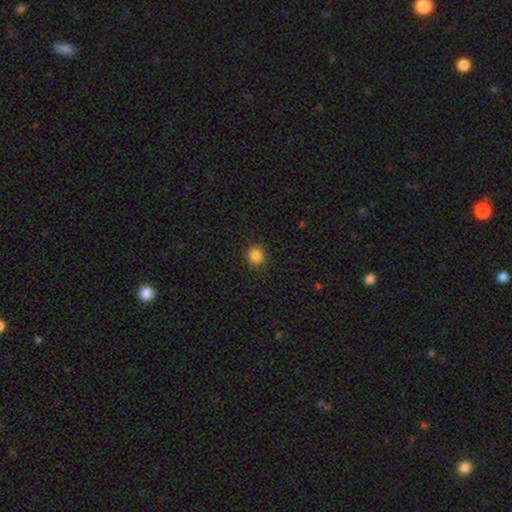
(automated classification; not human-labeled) smooth-or-featured: smooth: 85% | star or artifact: 12% | featured or disk: 4%
  how-rounded: round: 87% | in between: 12% | cigar-shaped: 1%
  merging: none: 90% | minor disturbance: 7% | major disturbance: 2% | merger: 1%